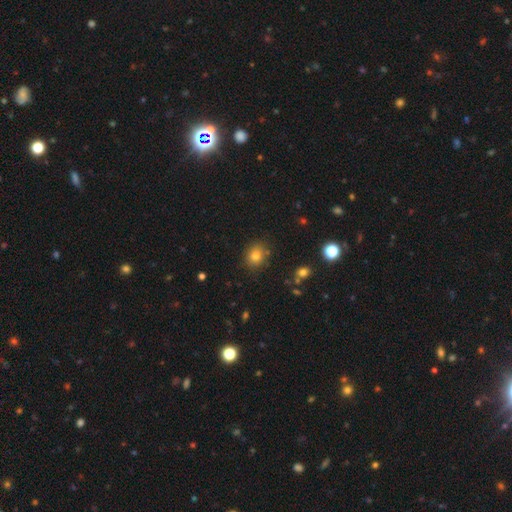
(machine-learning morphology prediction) This appears to be a smooth galaxy with no disk features (79%) that is round (67%). Merging: none (84%).